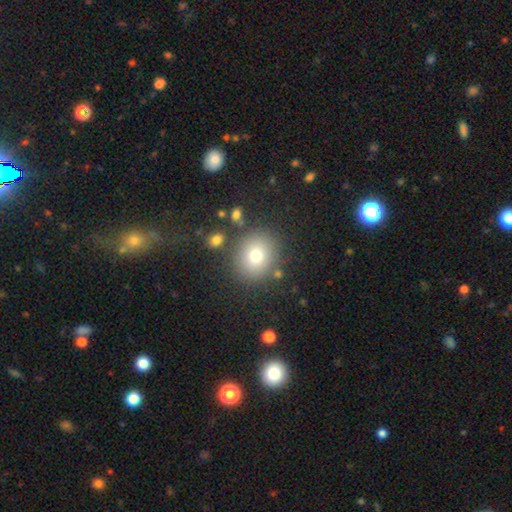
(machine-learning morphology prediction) Smooth or featured? smooth (73%)
How rounded? round (80%)
Merging? none (83%)